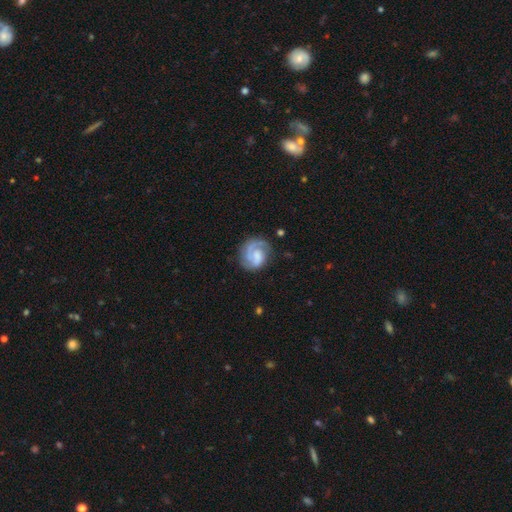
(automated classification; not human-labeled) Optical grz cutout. It shows a featured or disk galaxy (75%) with no bar (52%), 1 (43%) tight (49%) spiral arms (94%) and no central bulge (42%). Merging: none (67%).